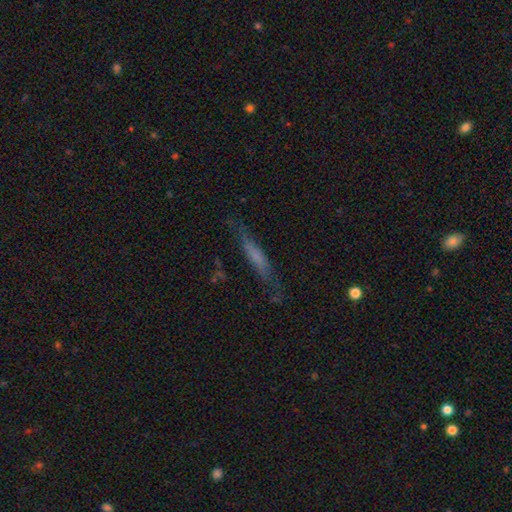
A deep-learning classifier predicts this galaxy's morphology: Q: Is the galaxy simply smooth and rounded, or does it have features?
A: smooth — 50%.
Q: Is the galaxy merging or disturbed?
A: none — 72%.